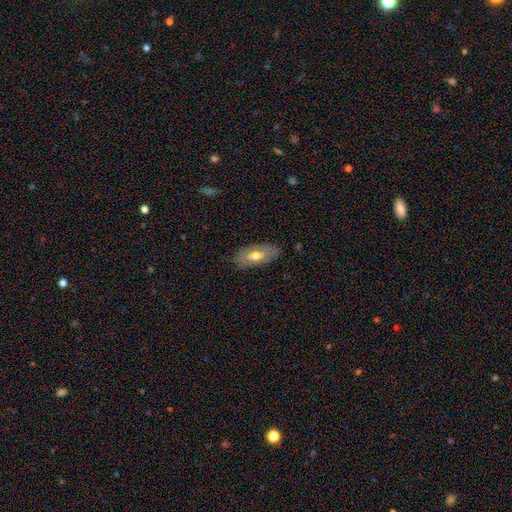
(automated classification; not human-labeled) This appears to be a smooth galaxy with no disk features (55%) that is in between round and cigar-shaped (86%). Merging: none (80%).